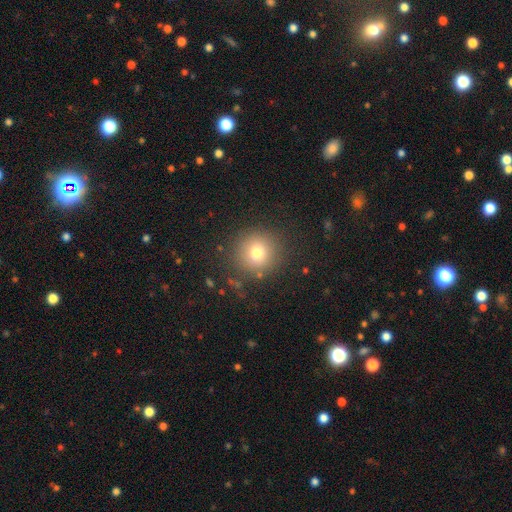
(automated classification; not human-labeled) Smooth or featured? smooth (75%)
How rounded? round (94%)
Merging? none (86%)